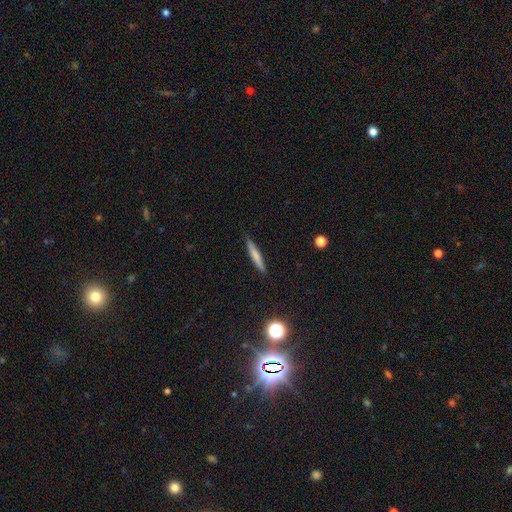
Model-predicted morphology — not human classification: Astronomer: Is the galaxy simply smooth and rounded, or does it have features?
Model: smooth — 68%.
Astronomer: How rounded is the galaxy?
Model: cigar-shaped — 93%.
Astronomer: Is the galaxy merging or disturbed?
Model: none — 89%.